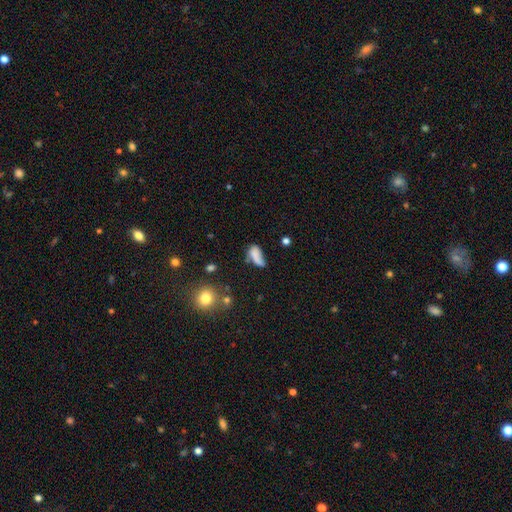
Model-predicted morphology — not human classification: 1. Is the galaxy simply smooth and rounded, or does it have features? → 70% smooth, 19% featured or disk, 11% star or artifact.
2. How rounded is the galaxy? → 81% in between, 14% cigar-shaped, 6% round.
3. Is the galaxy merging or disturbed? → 32% none, 29% minor disturbance, 26% major disturbance, 13% merger.